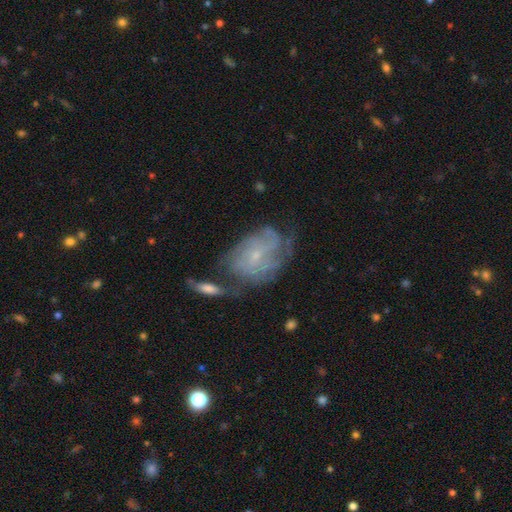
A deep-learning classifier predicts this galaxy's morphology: smooth-or-featured: featured or disk: 76% | smooth: 16% | star or artifact: 9%
  disk-edge-on: no: 96% | yes: 4%
    bar: no: 69% | weak: 26% | strong: 5%
    has-spiral-arms: yes: 89% | no: 11%
      spiral-winding: tight: 56% | medium: 32% | loose: 12%
      spiral-arm-count: can't tell: 47% | 3: 16% | 2: 14% | 4: 12% | 1: 6% | more than 4: 6%
    bulge-size: small: 80% | moderate: 14% | none: 4% | large: 1% | dominant: 1%
  merging: none: 47% | minor disturbance: 22% | merger: 15% | major disturbance: 15%